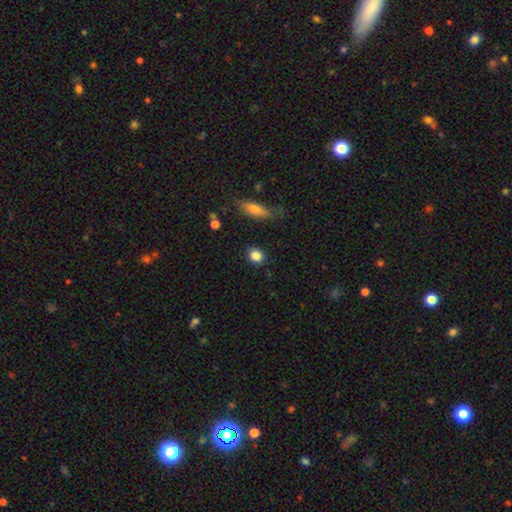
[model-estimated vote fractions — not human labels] Q: Smooth or featured?
A: smooth (86%); runner-up: star or artifact (9%)
Q: How rounded?
A: round (66%); runner-up: in between (32%)
Q: Merging?
A: none (87%); runner-up: minor disturbance (9%)